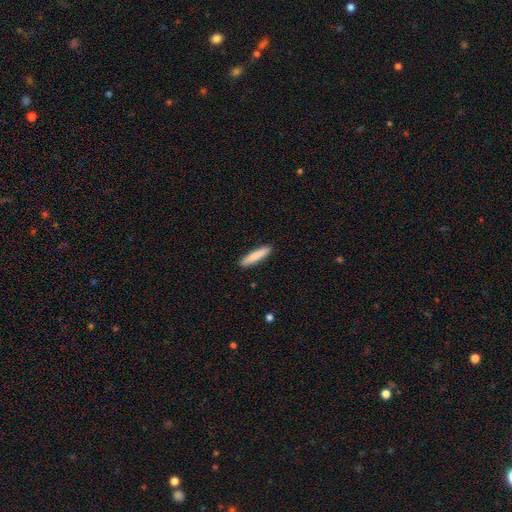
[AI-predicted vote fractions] Smooth or featured: smooth — 84% (featured or disk — 11%)
How rounded: cigar-shaped — 89% (in between — 10%)
Merging: none — 91% (minor disturbance — 7%)